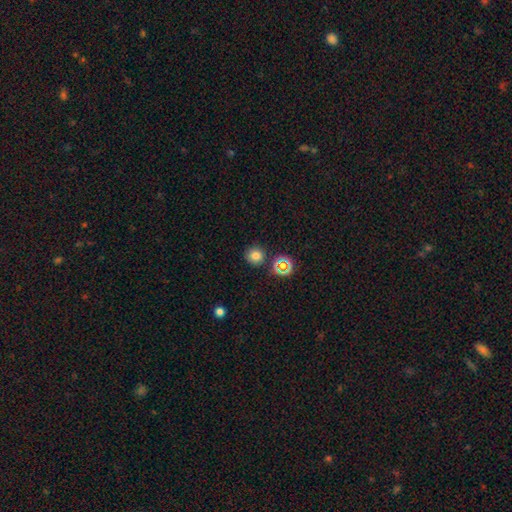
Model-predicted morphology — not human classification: This is likely a smooth galaxy (74%). How rounded: clearly round (90%). Merging: clearly none (85%).